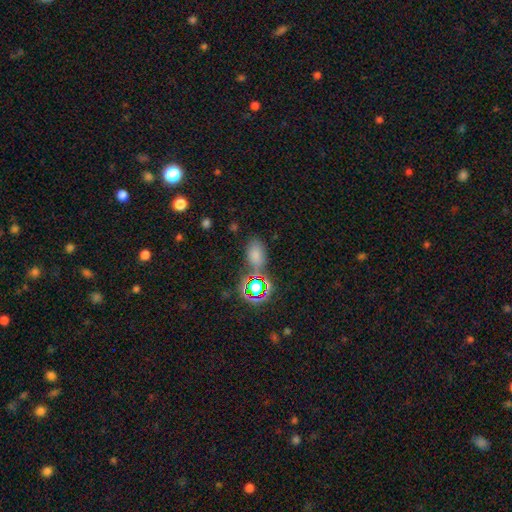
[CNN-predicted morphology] smooth 66%, star or artifact 26%, featured or disk 8%. Down the decision tree: how rounded — in between (86%); merging — none (65%).